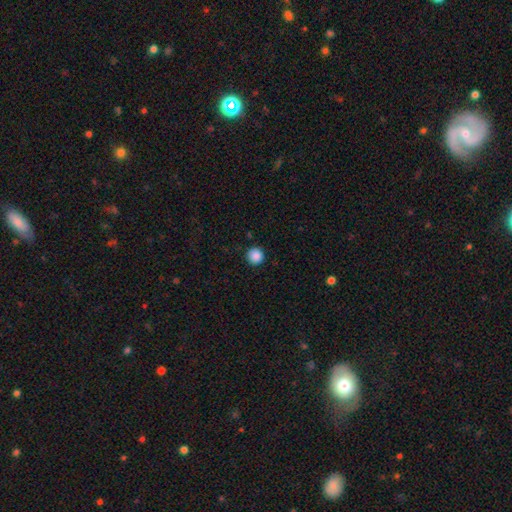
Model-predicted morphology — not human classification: smooth_or_featured: smooth (p=0.88) [alt: star or artifact p=0.10]
how_rounded: round (p=0.96) [alt: in between p=0.03]
merging: none (p=0.92) [alt: minor disturbance p=0.05]